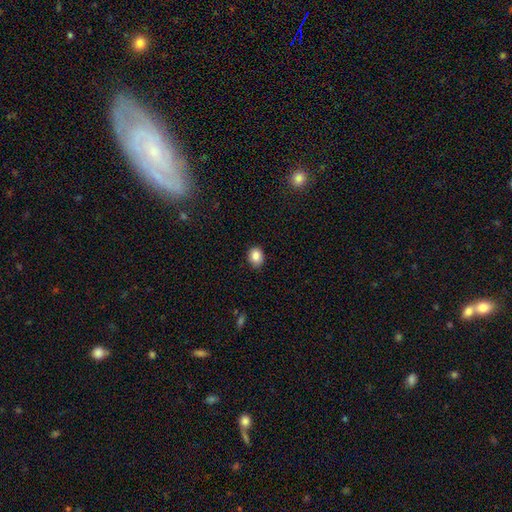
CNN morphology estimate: smooth-or-featured: smooth: 86% | star or artifact: 9% | featured or disk: 5%
  how-rounded: round: 52% | in between: 47% | cigar-shaped: 1%
  merging: none: 86% | minor disturbance: 10% | major disturbance: 2% | merger: 1%